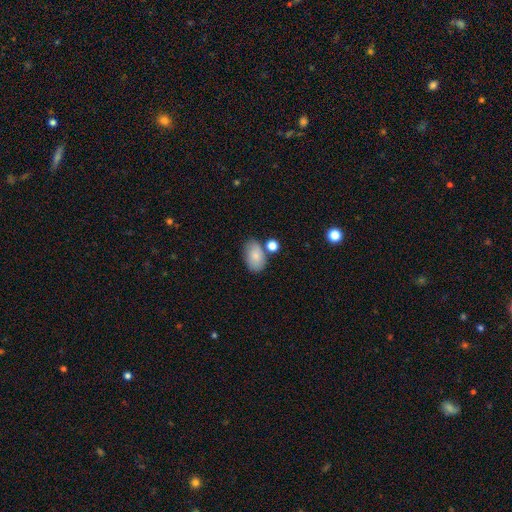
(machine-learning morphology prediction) smooth_or_featured: smooth (p=0.80) [alt: featured or disk p=0.12]
how_rounded: in between (p=0.88) [alt: round p=0.11]
merging: none (p=0.61) [alt: minor disturbance p=0.20]